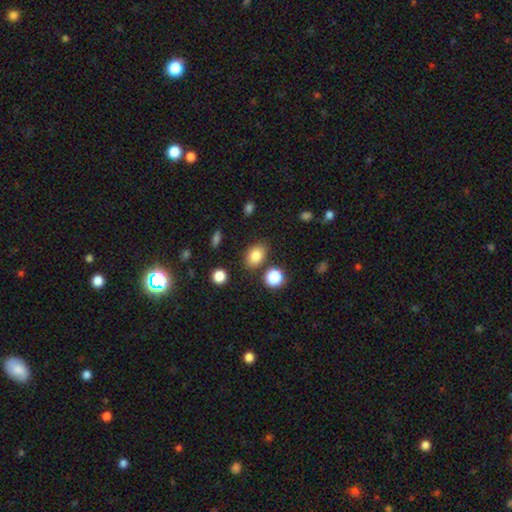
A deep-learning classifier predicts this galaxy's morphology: Smooth or featured: smooth — 81% (star or artifact — 11%)
How rounded: in between — 72% (round — 27%)
Merging: none — 80% (minor disturbance — 11%)